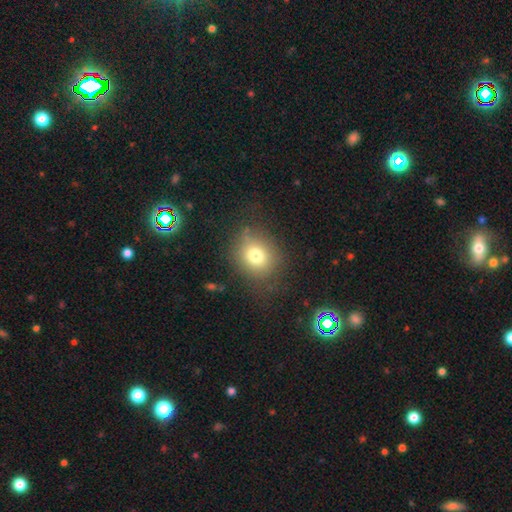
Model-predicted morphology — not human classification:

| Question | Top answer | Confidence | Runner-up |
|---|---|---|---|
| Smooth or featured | smooth | 75% | star or artifact (13%) |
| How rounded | round | 72% | in between (27%) |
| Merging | none | 76% | minor disturbance (15%) |